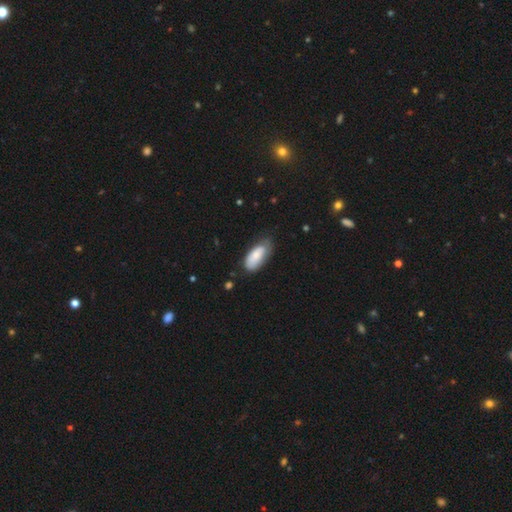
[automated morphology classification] This is likely a smooth galaxy (78%). How rounded: clearly in between (87%). Merging: possibly none (58%).